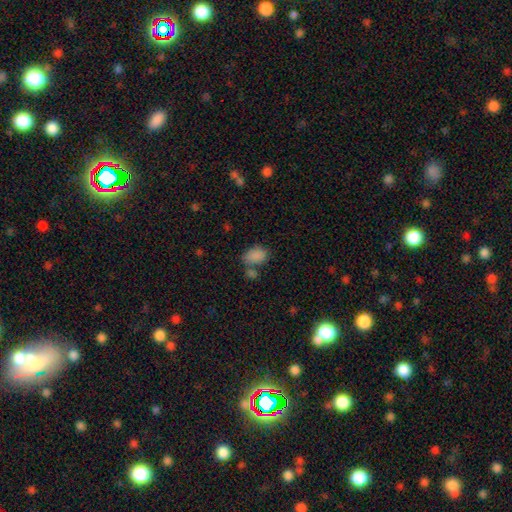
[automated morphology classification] This is clearly a smooth galaxy (85%). How rounded: clearly in between (84%). Merging: possibly none (55%).